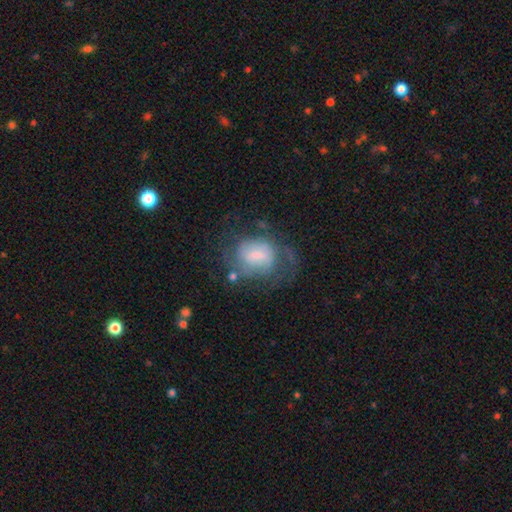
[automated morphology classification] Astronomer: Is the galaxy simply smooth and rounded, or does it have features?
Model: featured or disk — 59%.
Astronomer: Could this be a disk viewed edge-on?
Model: no — 97%.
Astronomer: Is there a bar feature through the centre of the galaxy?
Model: weak — 50% (runner-up: no, 37%).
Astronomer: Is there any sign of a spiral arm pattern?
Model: yes — 77%.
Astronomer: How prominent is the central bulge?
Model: small — 40% (runner-up: moderate, 31%).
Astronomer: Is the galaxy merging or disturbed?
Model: none — 48% (runner-up: major disturbance, 26%).